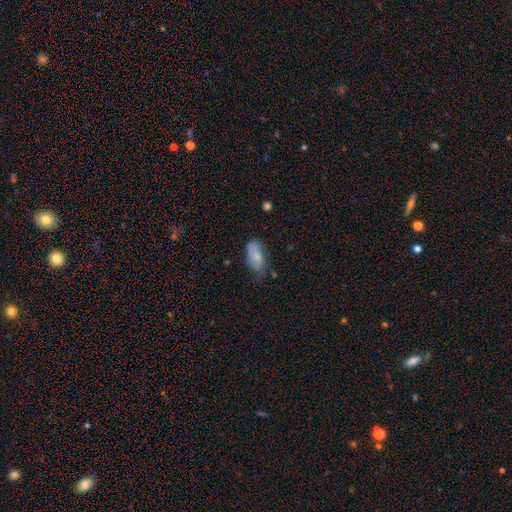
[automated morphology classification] Smooth or featured?
  - smooth: 74% *
  - featured or disk: 19%
  - star or artifact: 7%
How rounded?
  - in between: 91% *
  - cigar-shaped: 5%
  - round: 3%
Merging?
  - none: 59% *
  - minor disturbance: 31%
  - major disturbance: 8%
  - merger: 2%